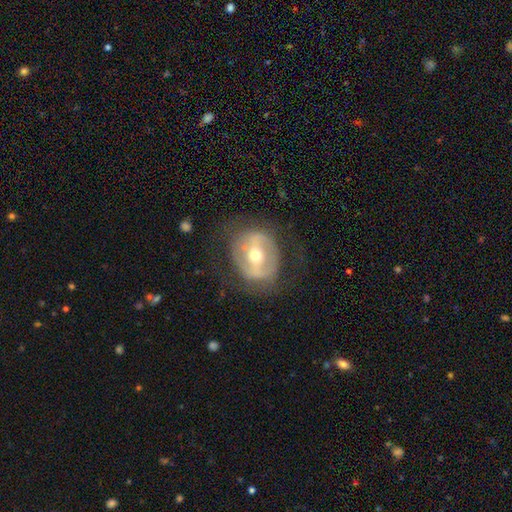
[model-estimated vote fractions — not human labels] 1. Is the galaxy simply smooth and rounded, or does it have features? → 73% featured or disk, 20% smooth, 7% star or artifact.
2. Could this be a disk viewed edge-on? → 93% no, 7% yes.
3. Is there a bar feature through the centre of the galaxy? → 54% strong, 30% weak, 16% no.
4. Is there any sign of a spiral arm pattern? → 57% no, 43% yes.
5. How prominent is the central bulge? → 61% moderate, 34% small, 3% large, 1% dominant, 1% none.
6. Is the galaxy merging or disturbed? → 71% none, 16% minor disturbance, 12% major disturbance, 1% merger.